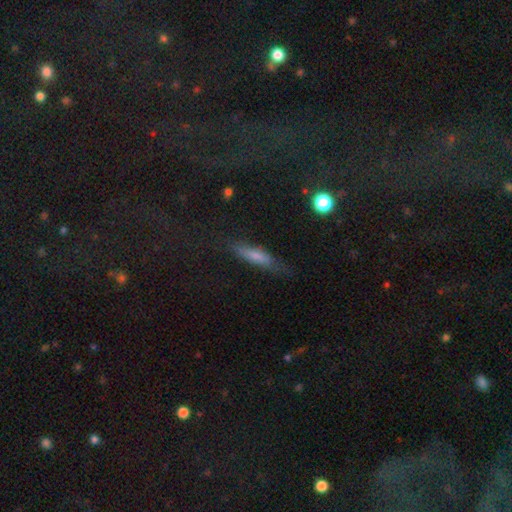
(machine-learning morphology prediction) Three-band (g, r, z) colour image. It shows a smooth galaxy with no disk features (60%) that is cigar-shaped (78%). Merging: none (72%).